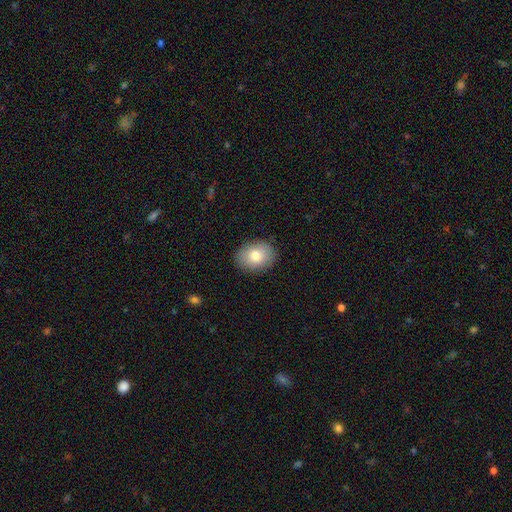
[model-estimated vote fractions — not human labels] The model was most divided on "how rounded": in between: 66%, round: 33%, cigar-shaped: 1%. More confident: merging — none (88%); smooth or featured — smooth (80%).